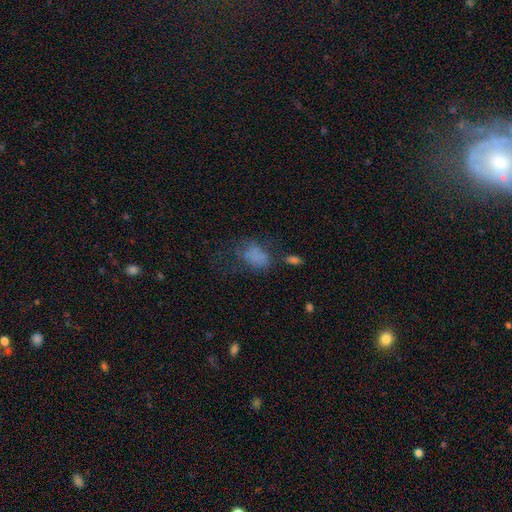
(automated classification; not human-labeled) A smooth galaxy with no disk features (63%) that is in between round and cigar-shaped (80%).

Vote fractions:
- Smooth or featured? smooth: 63% / featured or disk: 21% / star or artifact: 16%
- How rounded? in between: 80% / round: 18% / cigar-shaped: 2%
- Merging? major disturbance: 36% / none: 32% / minor disturbance: 22% / merger: 10%